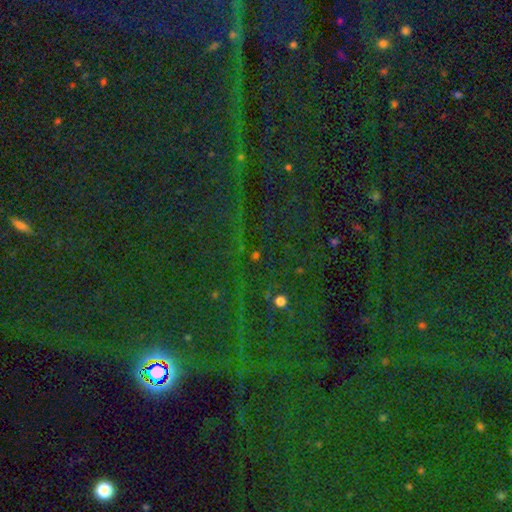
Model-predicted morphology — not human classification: smooth-or-featured: star or artifact: 74% | smooth: 18% | featured or disk: 8%